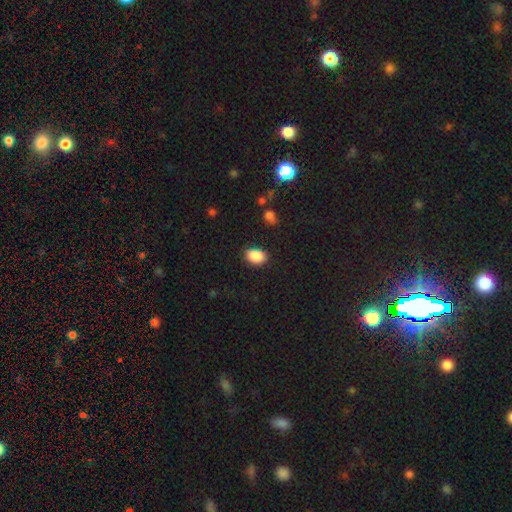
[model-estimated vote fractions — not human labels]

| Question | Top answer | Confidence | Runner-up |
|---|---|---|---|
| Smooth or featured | smooth | 88% | star or artifact (8%) |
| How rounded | in between | 79% | round (20%) |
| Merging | none | 80% | minor disturbance (15%) |